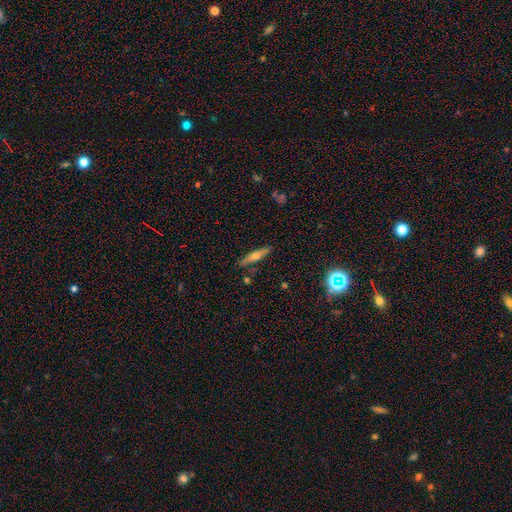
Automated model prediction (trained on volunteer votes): Smooth or featured? Predicted: featured or disk (p=0.50). Merging? Predicted: none (p=0.87).